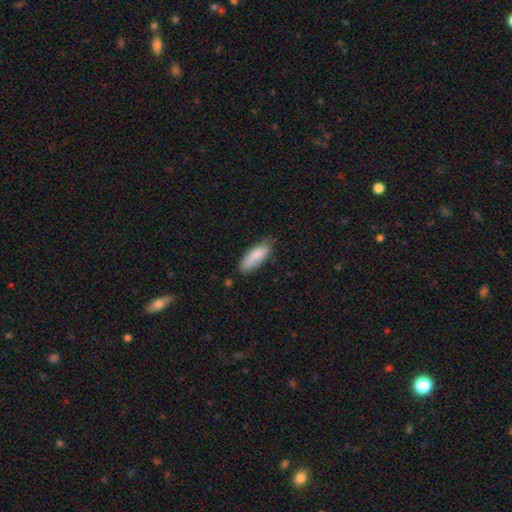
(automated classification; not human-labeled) Smooth or featured? Predicted: smooth (p=0.85). How rounded? Predicted: in between (p=0.58). Merging? Predicted: none (p=0.70).